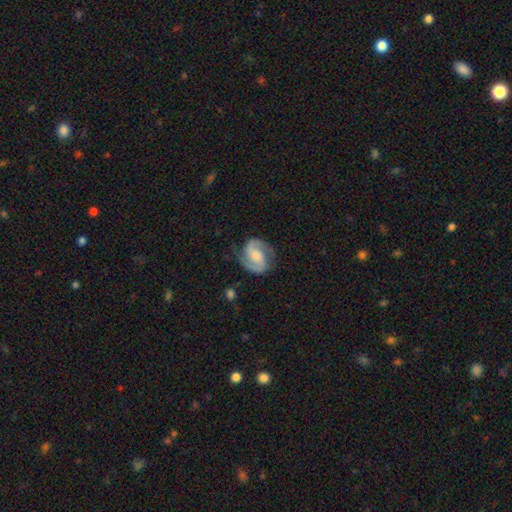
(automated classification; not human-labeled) Smooth or featured: featured or disk — 88% (smooth — 7%)
Edge-on disk: no — 98% (yes — 2%)
Bar: weak — 41% (no — 38%)
Spiral arms: yes — 98% (no — 2%)
Spiral winding: medium — 54% (tight — 32%)
Spiral arm count: 2 — 93% (can't tell — 2%)
Bulge size: moderate — 35% (small — 25%)
Merging: none — 80% (minor disturbance — 14%)